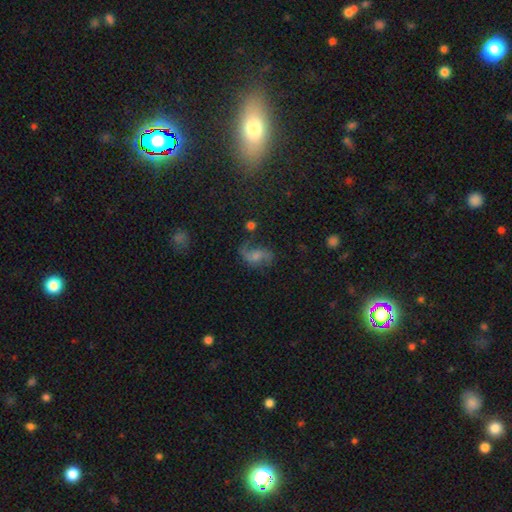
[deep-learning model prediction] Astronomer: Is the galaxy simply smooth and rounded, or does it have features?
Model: featured or disk — 70%.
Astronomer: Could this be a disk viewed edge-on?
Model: no — 97%.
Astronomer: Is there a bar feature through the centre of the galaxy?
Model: no — 51% (runner-up: weak, 41%).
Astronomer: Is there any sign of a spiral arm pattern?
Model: yes — 92%.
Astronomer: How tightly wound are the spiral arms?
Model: loose — 71%.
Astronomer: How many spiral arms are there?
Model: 2 — 87%.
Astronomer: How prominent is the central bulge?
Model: small — 34%, tied with moderate at 34%.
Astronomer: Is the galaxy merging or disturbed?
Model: none — 58%.